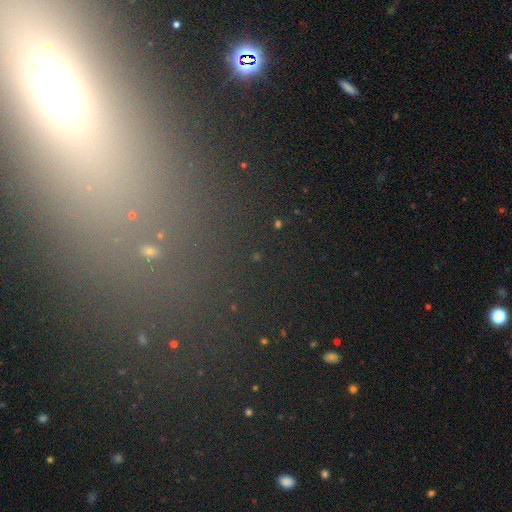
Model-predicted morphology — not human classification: This appears to be a star or artifact, not a galaxy (58%).